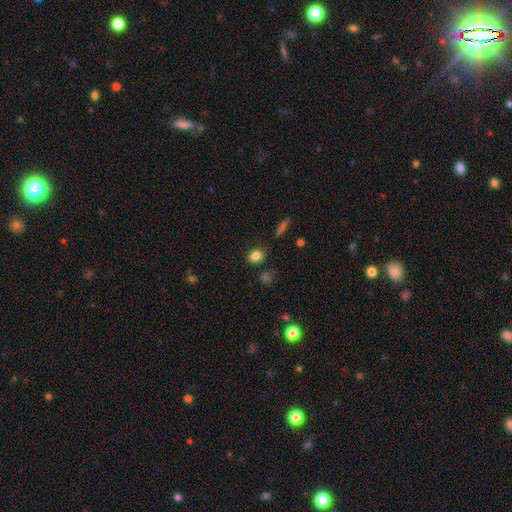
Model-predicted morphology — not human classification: smooth-or-featured: smooth: 82% | star or artifact: 11% | featured or disk: 7%
  how-rounded: round: 54% | in between: 44% | cigar-shaped: 2%
  merging: none: 82% | minor disturbance: 12% | merger: 3% | major disturbance: 3%